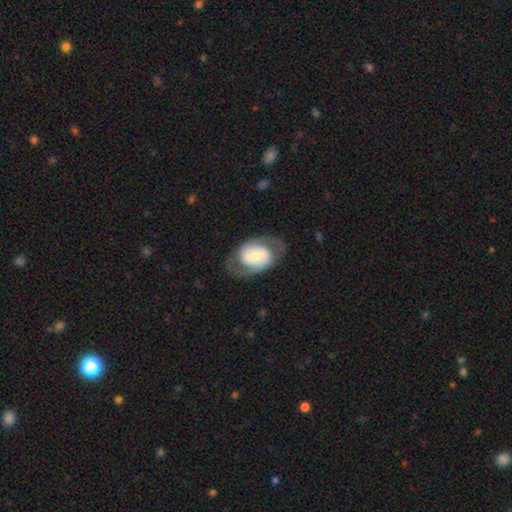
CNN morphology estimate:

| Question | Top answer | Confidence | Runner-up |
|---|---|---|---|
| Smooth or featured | featured or disk | 65% | smooth (29%) |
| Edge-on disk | no | 95% | yes (5%) |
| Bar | no | 40% | weak (38%) |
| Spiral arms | yes | 72% | no (28%) |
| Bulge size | moderate | 46% | small (40%) |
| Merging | none | 69% | minor disturbance (16%) |